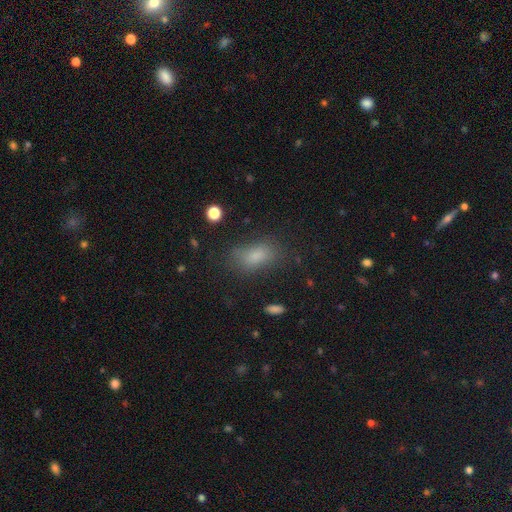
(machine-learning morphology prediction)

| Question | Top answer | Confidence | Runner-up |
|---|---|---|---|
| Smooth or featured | smooth | 79% | star or artifact (12%) |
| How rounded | in between | 85% | round (8%) |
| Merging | none | 71% | minor disturbance (18%) |